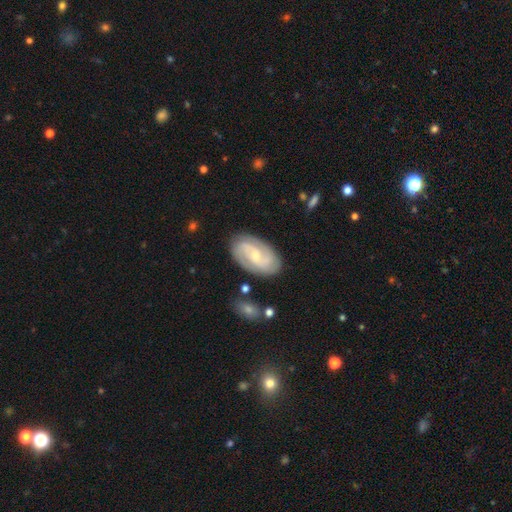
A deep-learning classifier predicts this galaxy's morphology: featured or disk 79%, smooth 16%, star or artifact 6%. Down the decision tree: edge-on disk — no (96%); bar — weak (47%); spiral arms — yes (95%); spiral arm count — 2 (68%); spiral winding — medium (43%); bulge size — small (65%); merging — none (82%).